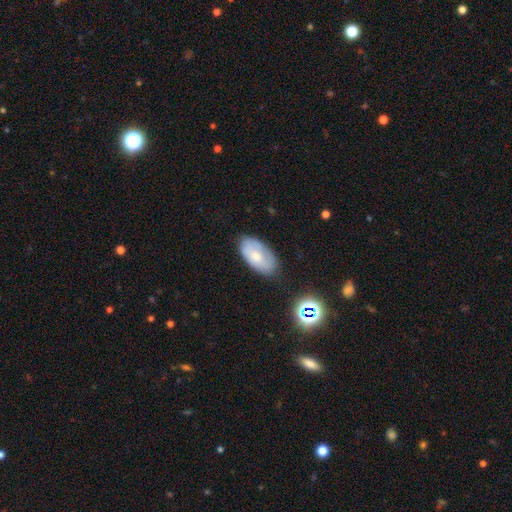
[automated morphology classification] Overall: smooth (58%; featured or disk 34%). How rounded: in between (94%). Merging: none (74%).